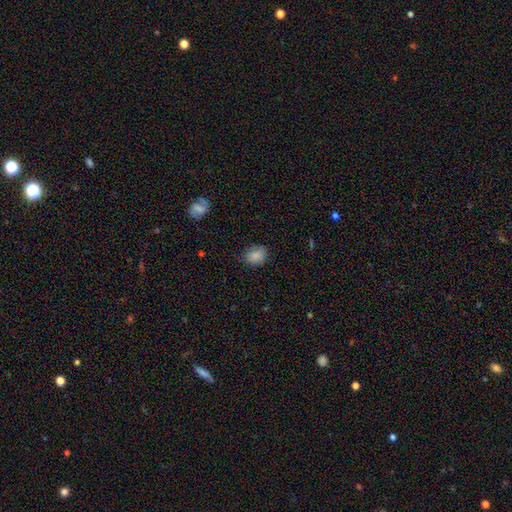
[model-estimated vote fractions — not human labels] This is clearly a smooth galaxy (85%). How rounded: possibly in between (52%). Merging: likely none (72%).